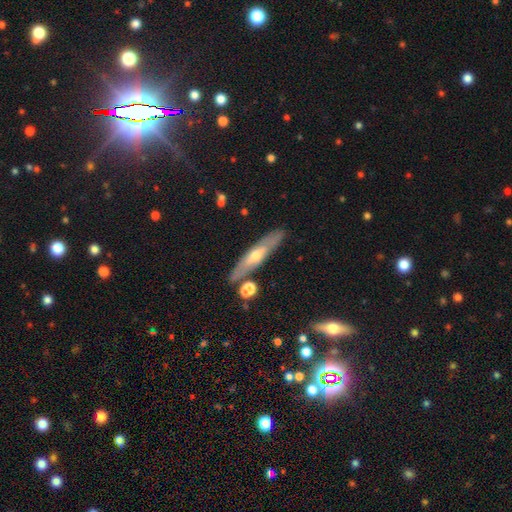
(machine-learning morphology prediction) A featured or disk galaxy (61%) viewed edge-on (70%). Merging: none (83%).